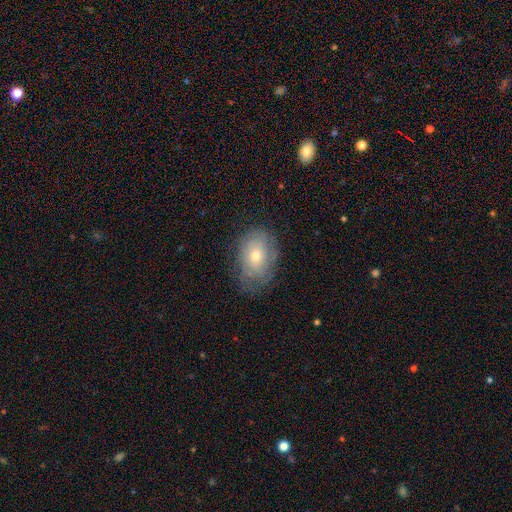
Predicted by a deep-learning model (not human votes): This is possibly a smooth galaxy (56%). How rounded: likely in between (79%). Merging: likely none (67%).